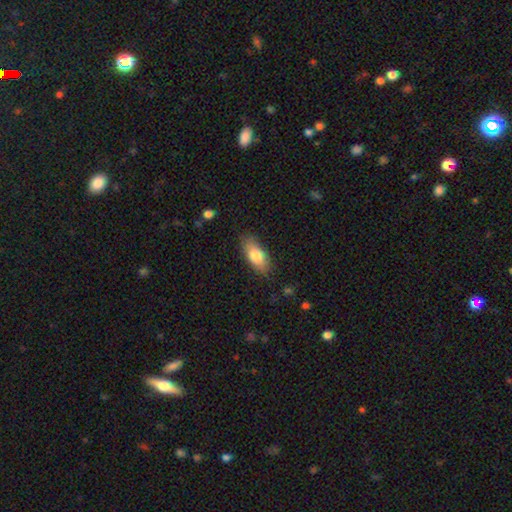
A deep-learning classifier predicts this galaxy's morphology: Smooth or featured? smooth (79%)
How rounded? in between (84%)
Merging? none (80%)